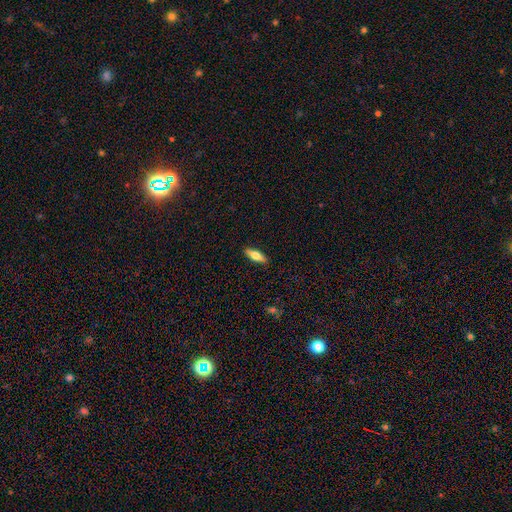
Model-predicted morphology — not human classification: Smooth or featured: smooth — 61% (featured or disk — 33%)
How rounded: in between — 51% (cigar-shaped — 47%)
Merging: none — 90% (minor disturbance — 8%)